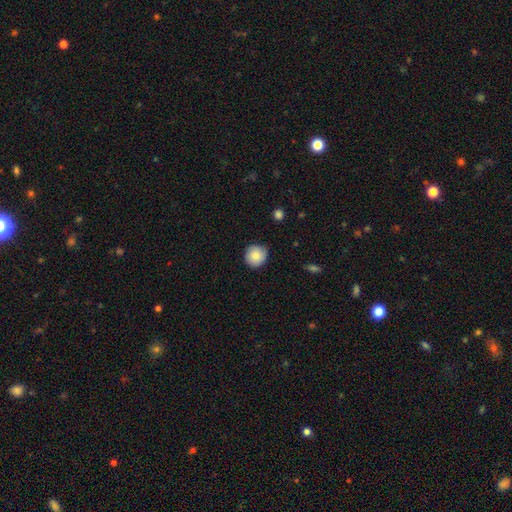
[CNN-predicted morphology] Smooth or featured? Predicted: smooth (p=0.84). How rounded? Predicted: round (p=0.92). Merging? Predicted: none (p=0.83).